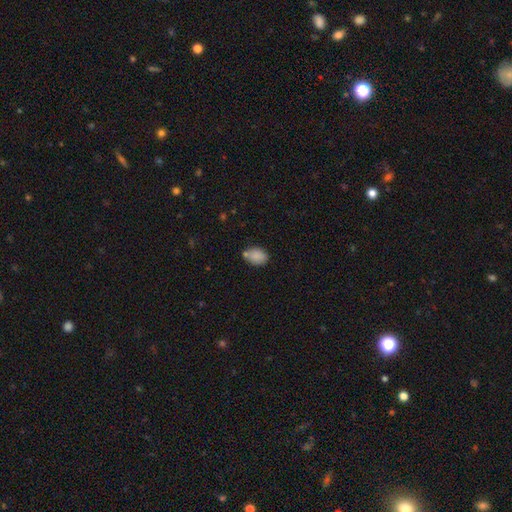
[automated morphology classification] A smooth galaxy with no disk features (86%) that is in between round and cigar-shaped (77%). Merging: none (63%).